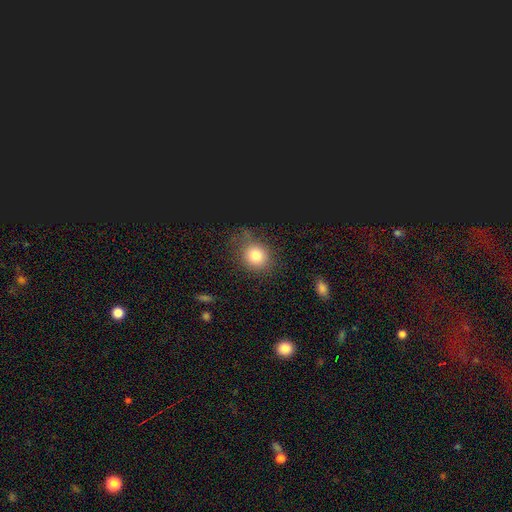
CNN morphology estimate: Smooth or featured?
  - smooth: 79% *
  - star or artifact: 12%
  - featured or disk: 9%
How rounded?
  - round: 70% *
  - in between: 29%
  - cigar-shaped: 1%
Merging?
  - none: 65% *
  - minor disturbance: 23%
  - major disturbance: 10%
  - merger: 3%